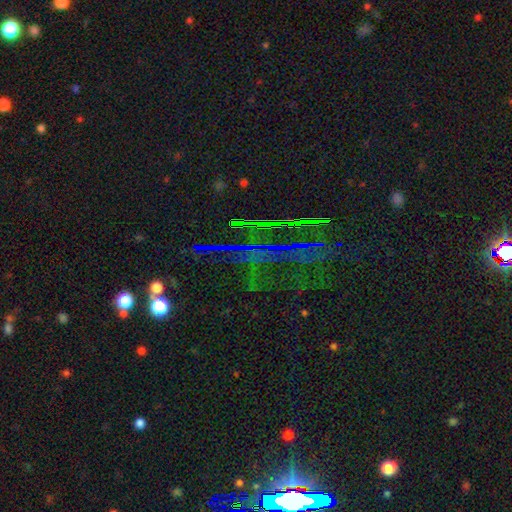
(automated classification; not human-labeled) smooth_or_featured: star or artifact (p=0.81) [alt: featured or disk p=0.10]